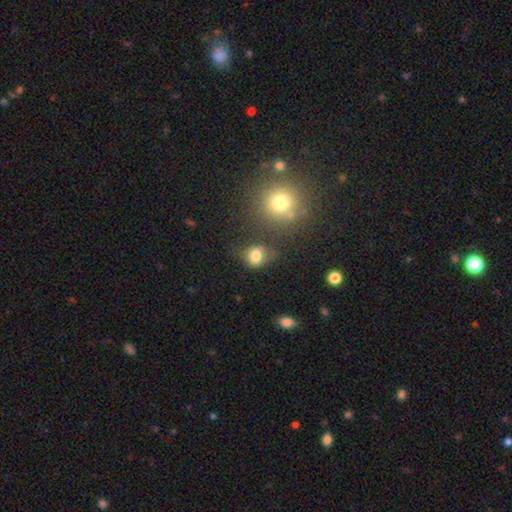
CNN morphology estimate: Smooth or featured? smooth (77%)
How rounded? round (63%)
Merging? none (54%)